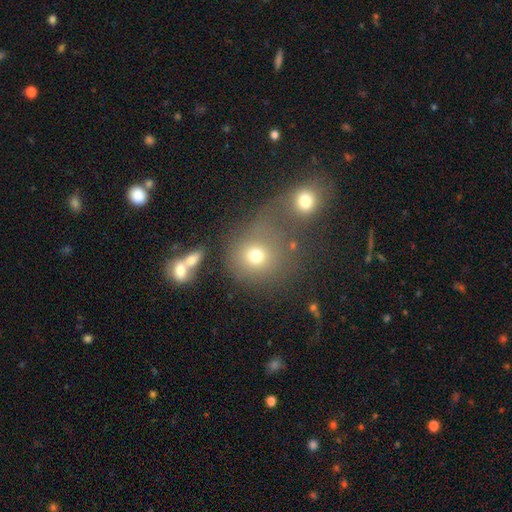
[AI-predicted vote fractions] The model was most divided on "merging": none: 48%, merger: 32%, minor disturbance: 11%, major disturbance: 10%. More confident: how rounded — round (81%); smooth or featured — smooth (71%).